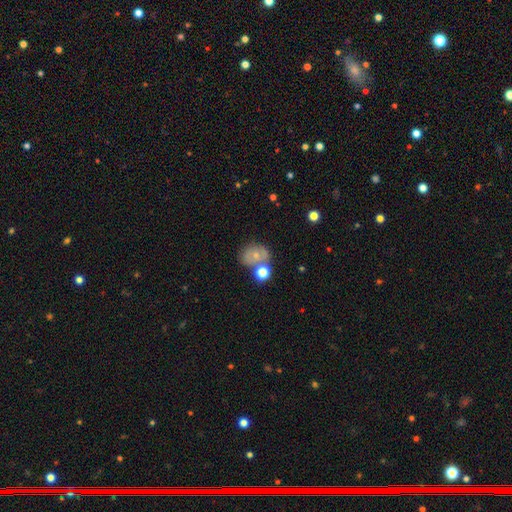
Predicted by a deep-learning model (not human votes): The model was most divided on "merging": none: 47%, merger: 28%, minor disturbance: 17%, major disturbance: 8%. More confident: how rounded — round (61%); smooth or featured — smooth (60%).